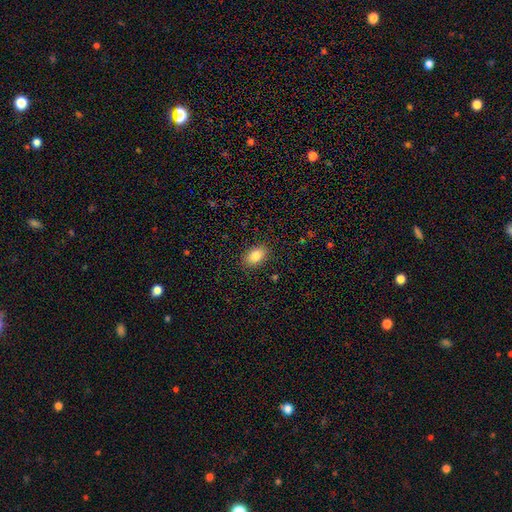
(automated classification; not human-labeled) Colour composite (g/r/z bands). It shows a smooth galaxy with no disk features (85%) that is in between round and cigar-shaped (89%). Merging: none (87%).